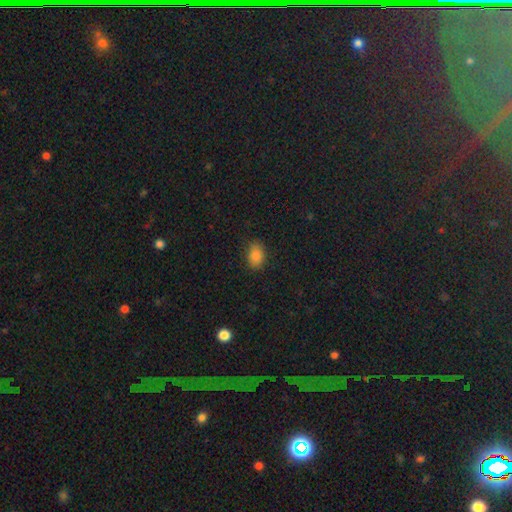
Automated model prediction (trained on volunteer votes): A smooth galaxy with no disk features (86%) that is in between round and cigar-shaped (79%). Merging: none (82%).